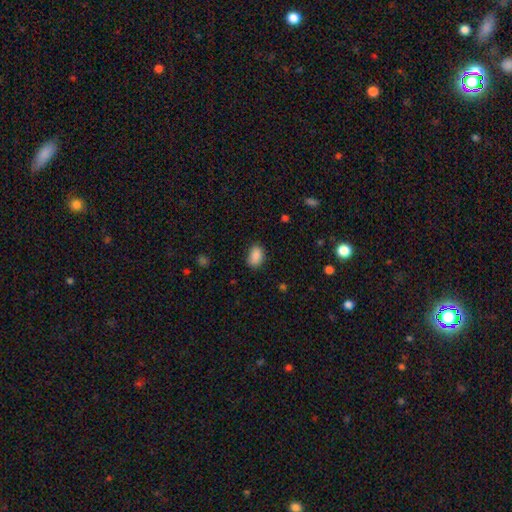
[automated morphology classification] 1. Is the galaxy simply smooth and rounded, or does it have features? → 88% smooth, 8% star or artifact, 4% featured or disk.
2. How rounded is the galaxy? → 85% in between, 14% round, 1% cigar-shaped.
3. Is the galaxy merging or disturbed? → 80% none, 15% minor disturbance, 3% major disturbance, 1% merger.